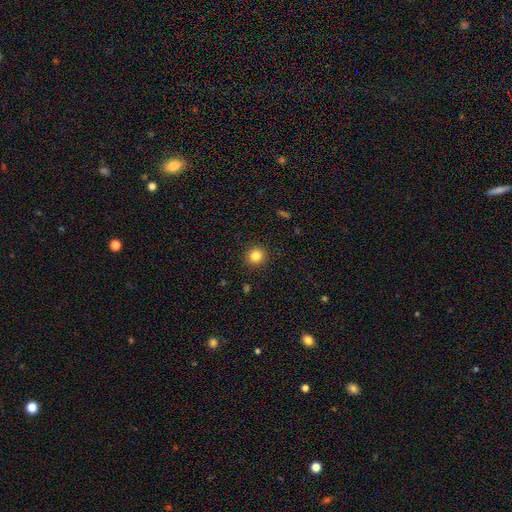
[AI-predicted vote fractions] Overall: smooth (83%). How rounded: round (91%). Merging: none (91%).